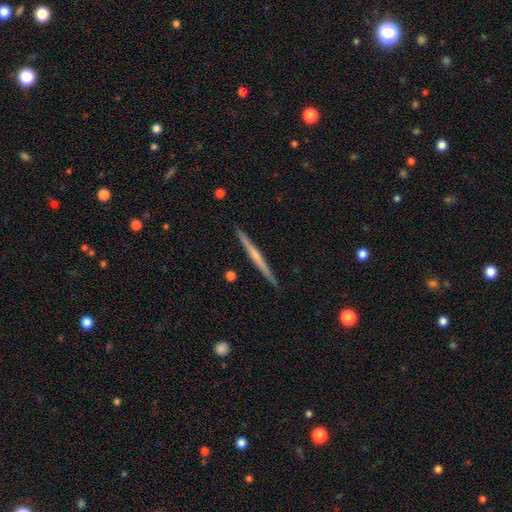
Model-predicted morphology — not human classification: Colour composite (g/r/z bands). It shows a featured or disk galaxy (63%) viewed edge-on (98%) with no central bulge (60%). Merging: none (91%).